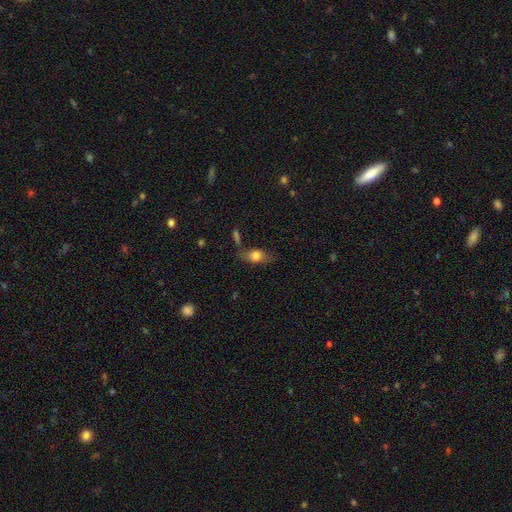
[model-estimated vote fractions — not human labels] smooth-or-featured: smooth: 71% | featured or disk: 20% | star or artifact: 9%
  how-rounded: in between: 77% | round: 14% | cigar-shaped: 10%
  merging: none: 64% | minor disturbance: 20% | major disturbance: 8% | merger: 8%